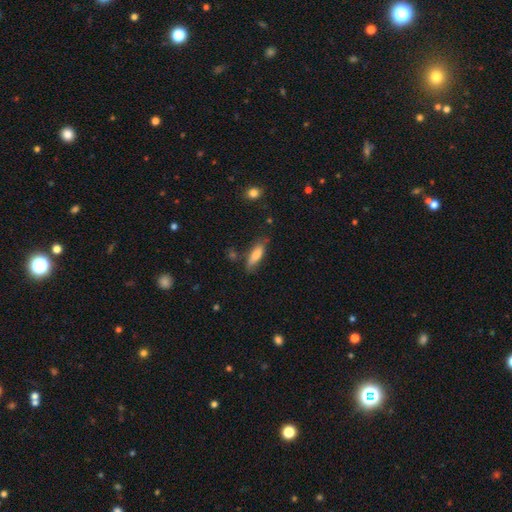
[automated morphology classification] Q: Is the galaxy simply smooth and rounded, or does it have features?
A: smooth — 77%.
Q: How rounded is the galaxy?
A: in between — 51%.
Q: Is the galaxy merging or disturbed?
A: none — 72%.